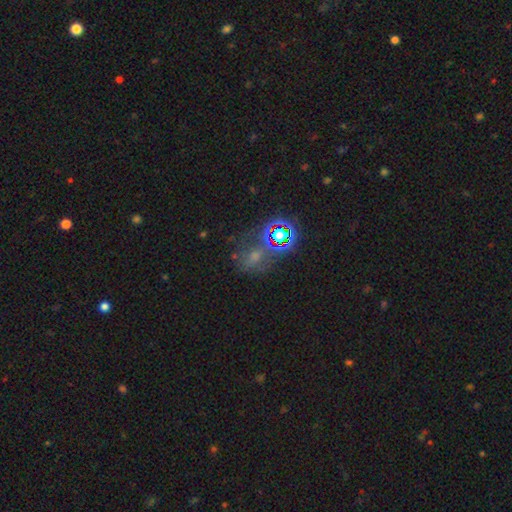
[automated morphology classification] smooth_or_featured: star or artifact (p=0.48) [alt: smooth p=0.34]